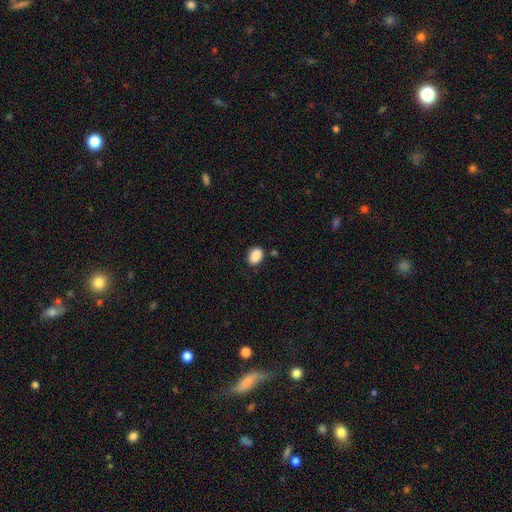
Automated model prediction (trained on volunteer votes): A smooth galaxy with no disk features (89%) that is in between round and cigar-shaped (73%). Merging: none (83%).